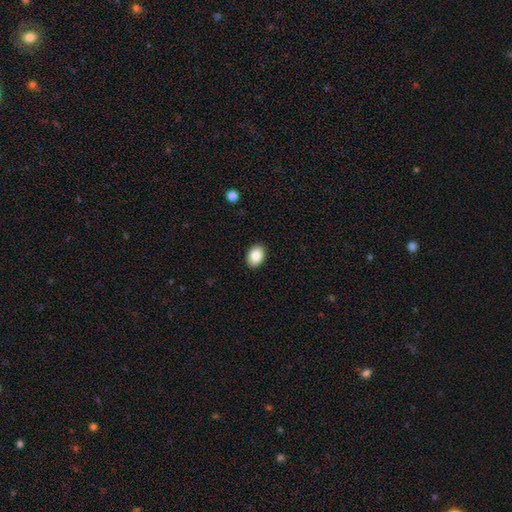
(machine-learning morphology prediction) Smooth or featured? smooth (87%)
How rounded? in between (76%)
Merging? none (90%)